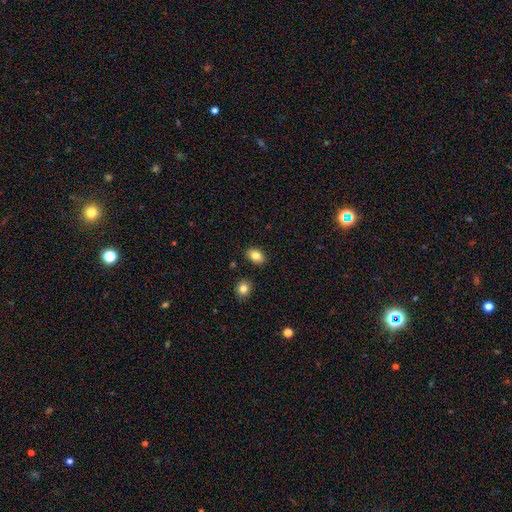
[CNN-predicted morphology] The model was most divided on "how rounded": in between: 78%, round: 21%, cigar-shaped: 1%. More confident: merging — none (87%); smooth or featured — smooth (82%).